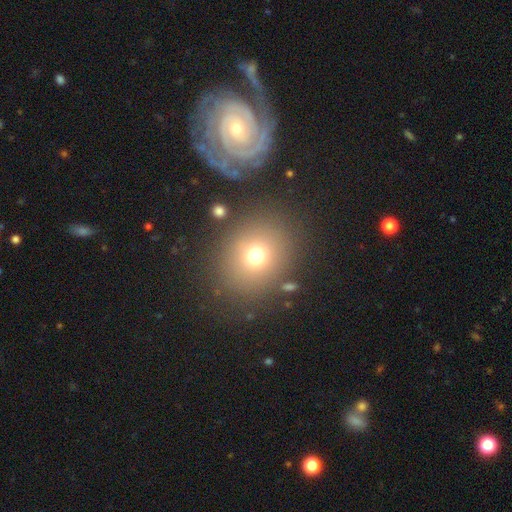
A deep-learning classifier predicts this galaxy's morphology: The model was most divided on "smooth or featured": smooth: 71%, star or artifact: 17%, featured or disk: 11%. More confident: merging — none (83%); how rounded — round (77%).